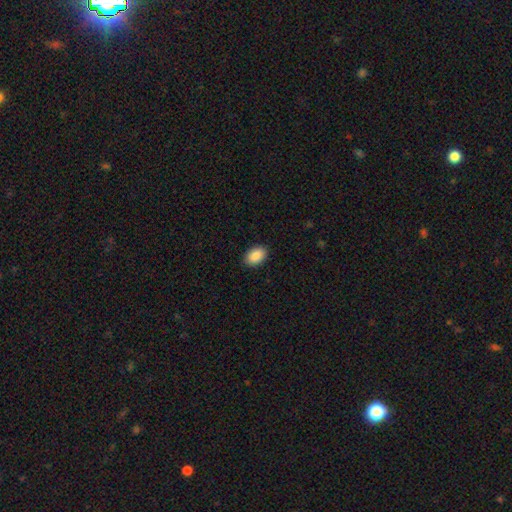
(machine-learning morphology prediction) This is clearly a smooth galaxy (89%). How rounded: clearly in between (89%). Merging: clearly none (89%).